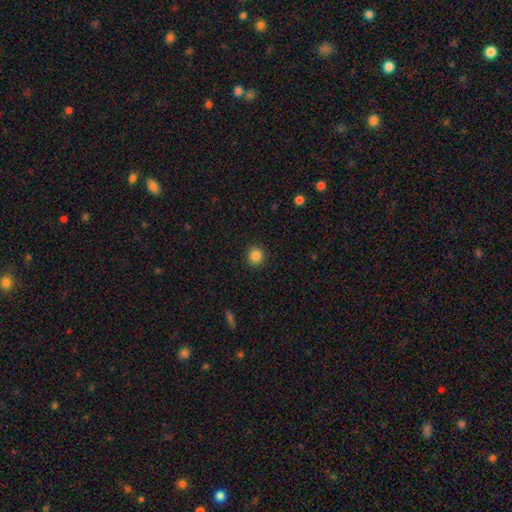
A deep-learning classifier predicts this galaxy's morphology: Smooth or featured?
  - smooth: 85% *
  - star or artifact: 11%
  - featured or disk: 4%
How rounded?
  - round: 92% *
  - in between: 8%
  - cigar-shaped: 1%
Merging?
  - none: 92% *
  - minor disturbance: 5%
  - major disturbance: 2%
  - merger: 1%